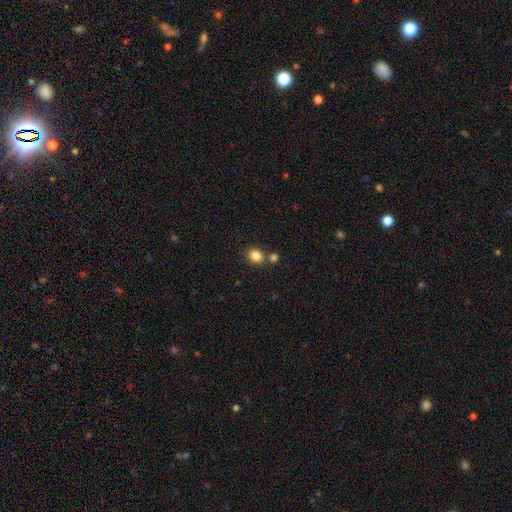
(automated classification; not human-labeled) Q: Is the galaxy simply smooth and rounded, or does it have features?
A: smooth — 85%.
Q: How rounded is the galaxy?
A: round — 61%.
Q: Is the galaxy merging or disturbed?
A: none — 69%.